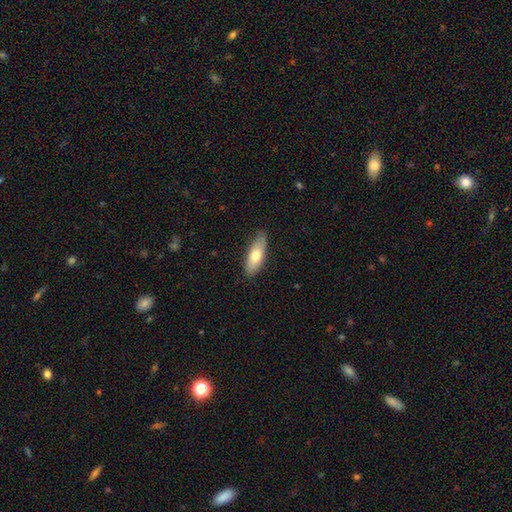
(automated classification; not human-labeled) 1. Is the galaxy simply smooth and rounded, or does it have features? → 69% smooth, 25% featured or disk, 6% star or artifact.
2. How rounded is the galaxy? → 63% in between, 34% cigar-shaped, 2% round.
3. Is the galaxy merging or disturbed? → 81% none, 15% minor disturbance, 2% major disturbance, 1% merger.